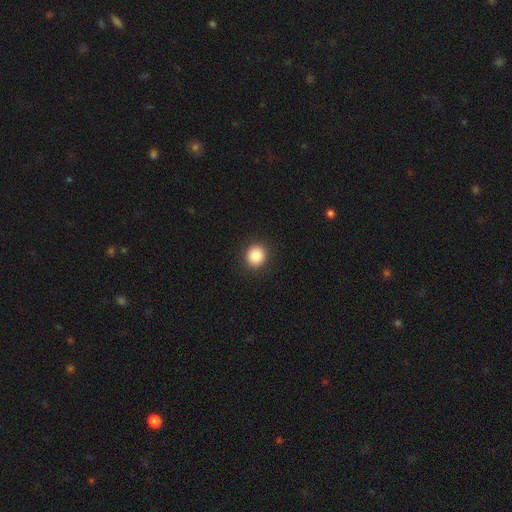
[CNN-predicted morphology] A smooth galaxy with no disk features (86%) that is round (90%).

Vote fractions:
- Smooth or featured? smooth: 86% / star or artifact: 9% / featured or disk: 5%
- How rounded? round: 90% / in between: 10% / cigar-shaped: 1%
- Merging? none: 92% / minor disturbance: 5% / major disturbance: 2% / merger: 1%